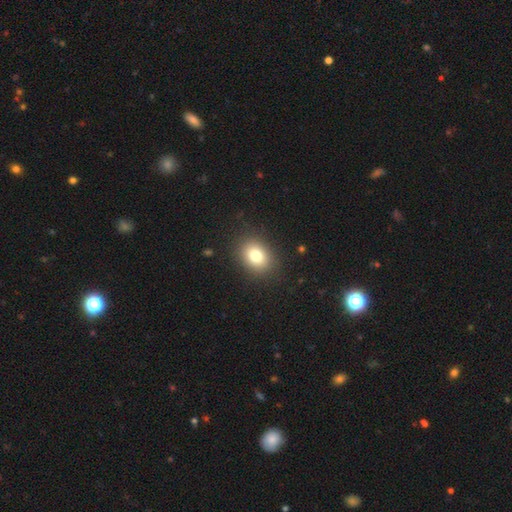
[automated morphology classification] A smooth galaxy with no disk features (79%) that is in between round and cigar-shaped (59%). Merging: none (88%).